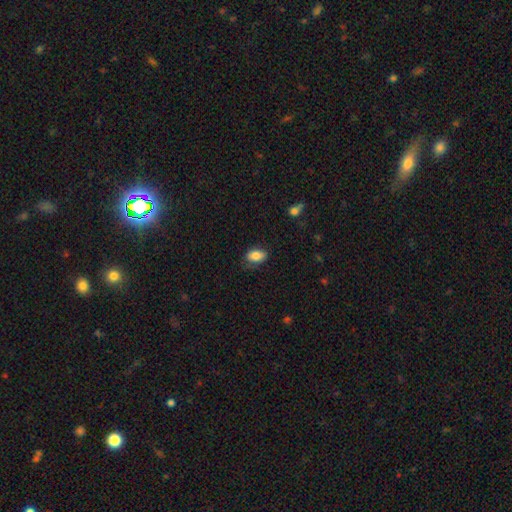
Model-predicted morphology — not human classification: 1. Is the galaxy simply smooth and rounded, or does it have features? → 84% smooth, 8% featured or disk, 8% star or artifact.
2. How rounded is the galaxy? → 89% in between, 9% round, 2% cigar-shaped.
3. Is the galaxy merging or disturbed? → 76% none, 19% minor disturbance, 4% major disturbance, 1% merger.